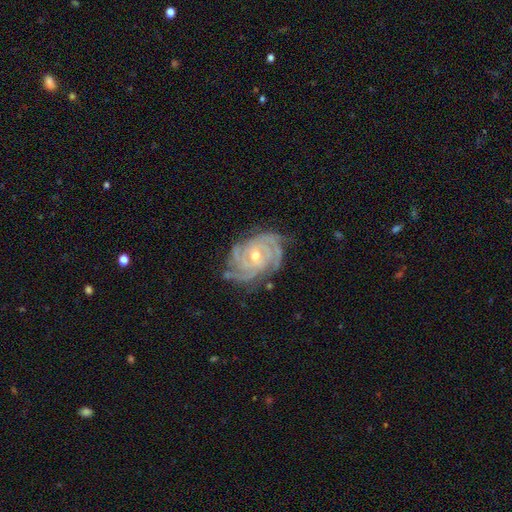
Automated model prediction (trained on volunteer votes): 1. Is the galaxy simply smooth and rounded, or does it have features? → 91% featured or disk, 5% star or artifact, 4% smooth.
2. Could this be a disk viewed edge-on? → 97% no, 3% yes.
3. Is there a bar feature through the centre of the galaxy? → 59% no, 30% weak, 11% strong.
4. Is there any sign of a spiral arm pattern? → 99% yes, 1% no.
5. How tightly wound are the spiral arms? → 77% tight, 20% medium, 3% loose.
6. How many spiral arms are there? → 32% 4, 27% 3, 13% can't tell, 11% 2, 11% more than 4, 7% 1.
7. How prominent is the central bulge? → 53% small, 45% moderate, 1% large, 1% none, 1% dominant.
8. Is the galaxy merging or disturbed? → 76% none, 18% minor disturbance, 5% major disturbance, 1% merger.